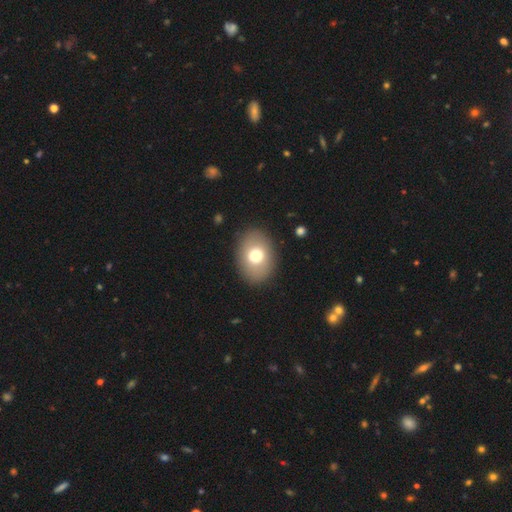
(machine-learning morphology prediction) smooth 73%, featured or disk 19%, star or artifact 9%. Down the decision tree: how rounded — in between (72%); merging — none (88%).